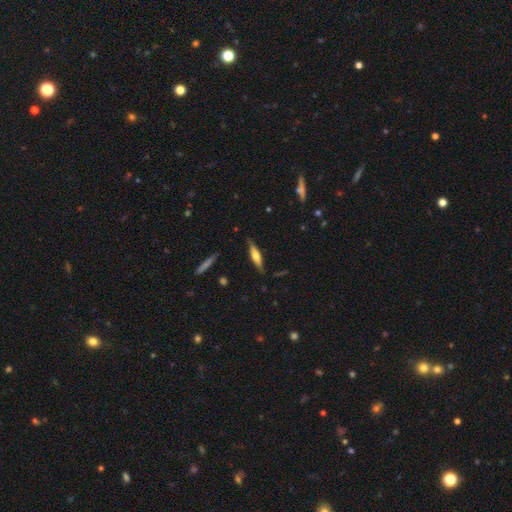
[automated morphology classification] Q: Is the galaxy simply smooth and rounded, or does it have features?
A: featured or disk — 52%.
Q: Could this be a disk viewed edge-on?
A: yes — 92%.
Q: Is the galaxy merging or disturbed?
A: none — 83%.